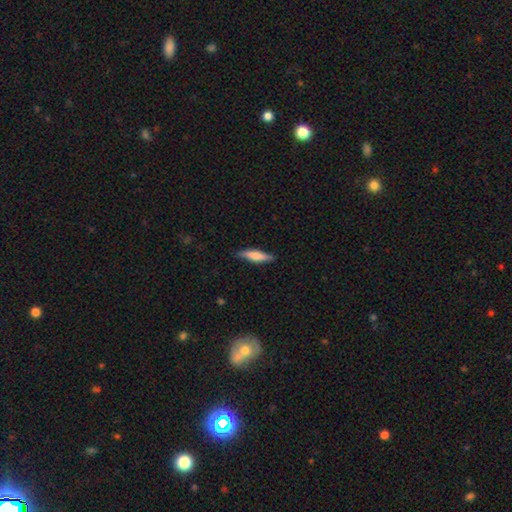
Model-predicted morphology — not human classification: Q: Smooth or featured?
A: smooth (62%); runner-up: featured or disk (32%)
Q: How rounded?
A: cigar-shaped (79%); runner-up: in between (19%)
Q: Merging?
A: none (86%); runner-up: minor disturbance (11%)